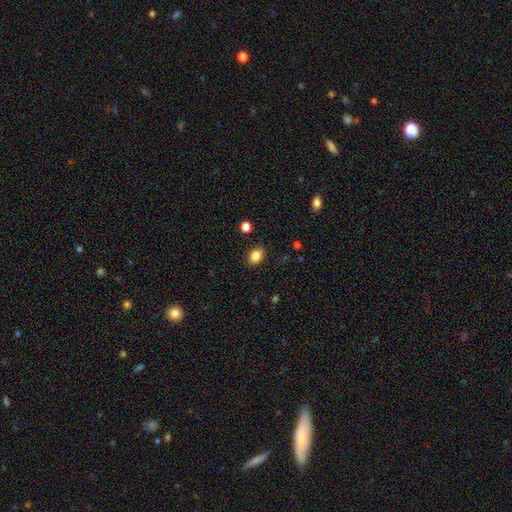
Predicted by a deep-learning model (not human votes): smooth_or_featured: smooth (p=0.85) [alt: star or artifact p=0.10]
how_rounded: in between (p=0.71) [alt: round p=0.28]
merging: none (p=0.88) [alt: minor disturbance p=0.08]